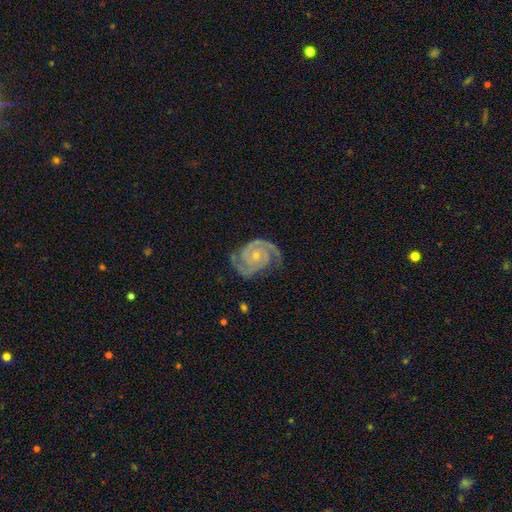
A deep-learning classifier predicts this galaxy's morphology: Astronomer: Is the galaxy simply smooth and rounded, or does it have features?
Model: featured or disk — 93%.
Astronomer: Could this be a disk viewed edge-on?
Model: no — 98%.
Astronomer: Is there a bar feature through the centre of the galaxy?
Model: no — 73%.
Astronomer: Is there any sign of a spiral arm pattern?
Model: yes — 99%.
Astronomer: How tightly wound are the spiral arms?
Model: tight — 64%.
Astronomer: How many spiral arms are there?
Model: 2 — 80%.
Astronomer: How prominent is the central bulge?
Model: small — 68%.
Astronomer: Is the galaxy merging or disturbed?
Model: none — 75%.